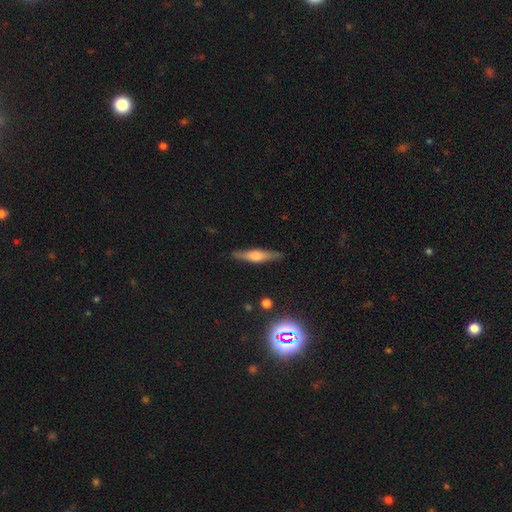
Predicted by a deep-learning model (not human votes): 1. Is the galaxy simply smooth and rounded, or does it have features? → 57% featured or disk, 36% smooth, 7% star or artifact.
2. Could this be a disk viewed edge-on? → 94% yes, 6% no.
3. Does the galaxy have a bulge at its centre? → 83% rounded, 12% boxy, 5% none.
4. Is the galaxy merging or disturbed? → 87% none, 9% minor disturbance, 2% major disturbance, 1% merger.